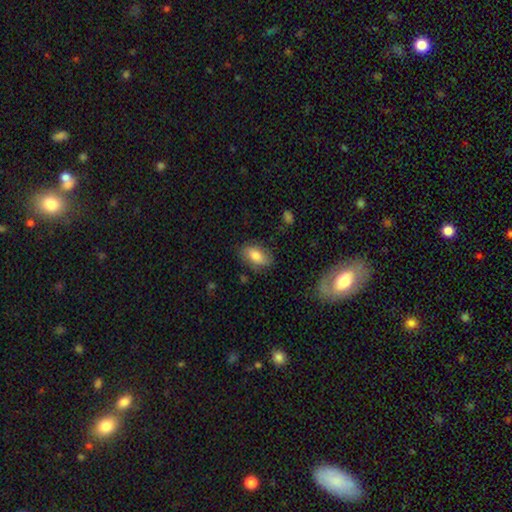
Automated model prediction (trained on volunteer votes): smooth-or-featured: smooth: 79% | featured or disk: 14% | star or artifact: 7%
  how-rounded: in between: 89% | cigar-shaped: 7% | round: 5%
  merging: none: 78% | minor disturbance: 16% | major disturbance: 4% | merger: 2%